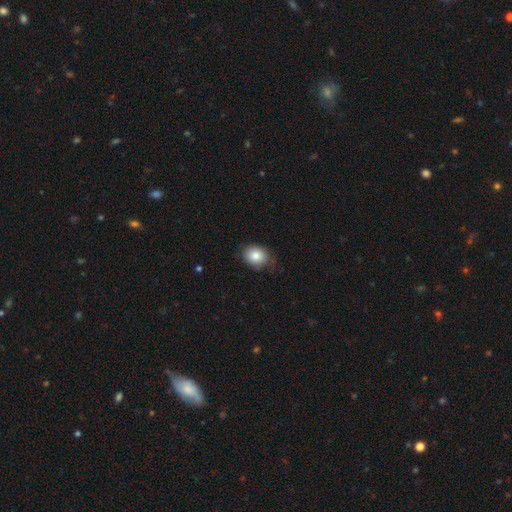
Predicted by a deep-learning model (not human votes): Q: Smooth or featured?
A: smooth (82%); runner-up: featured or disk (9%)
Q: How rounded?
A: in between (50%); runner-up: round (49%)
Q: Merging?
A: none (72%); runner-up: minor disturbance (22%)